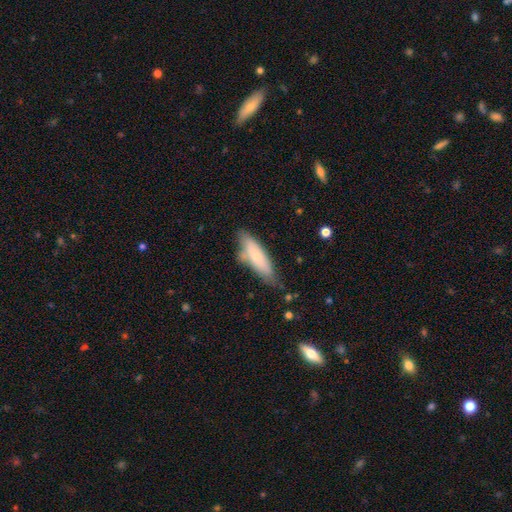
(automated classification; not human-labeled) Morphology: type=smooth (68%); roundness=cigar-shaped (51%); merging=none (66%).